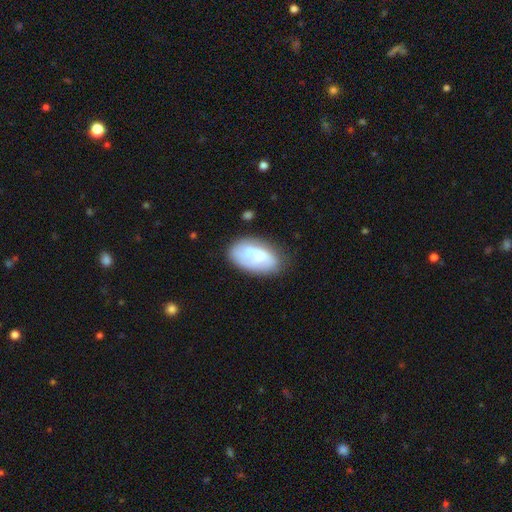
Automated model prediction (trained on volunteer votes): Smooth or featured: smooth — 47% (featured or disk — 45%)
Merging: none — 56% (minor disturbance — 24%)